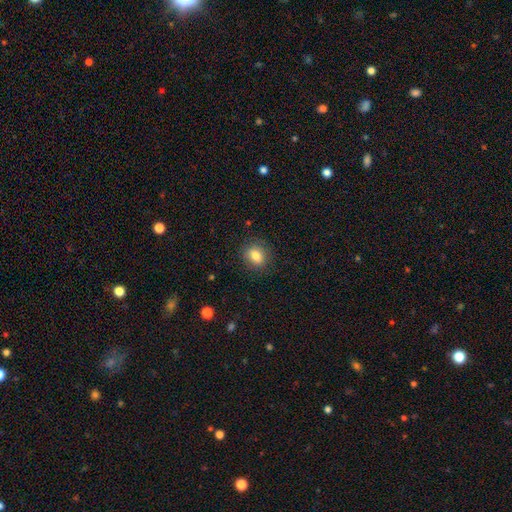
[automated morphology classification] type=smooth (82%); roundness=round (55%); merging=none (85%).